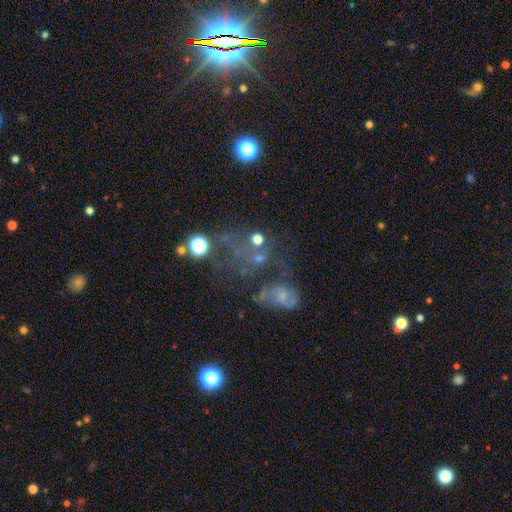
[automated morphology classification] Smooth or featured? Predicted: featured or disk (p=0.37, tied with star or artifact). Merging? Predicted: none (p=0.31, tied with major disturbance).